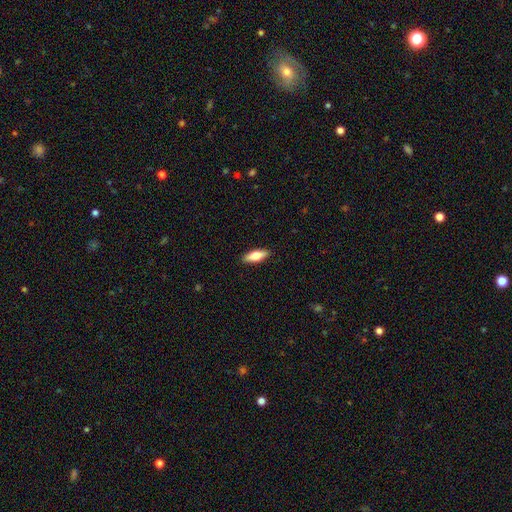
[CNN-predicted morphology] The model was most divided on "how rounded": in between: 62%, cigar-shaped: 36%, round: 2%. More confident: merging — none (89%); smooth or featured — smooth (68%).